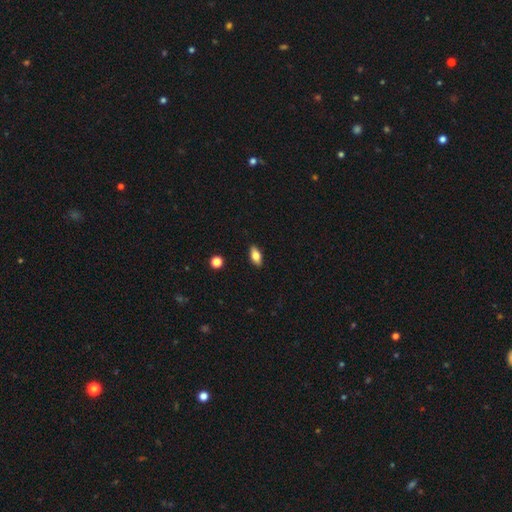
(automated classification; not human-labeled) Smooth or featured? Predicted: smooth (p=0.78). How rounded? Predicted: in between (p=0.87). Merging? Predicted: none (p=0.89).